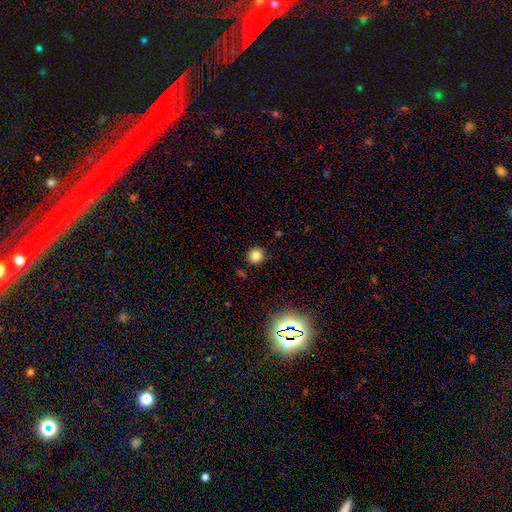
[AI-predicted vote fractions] Smooth or featured? Predicted: smooth (p=0.81). How rounded? Predicted: round (p=0.92). Merging? Predicted: none (p=0.89).